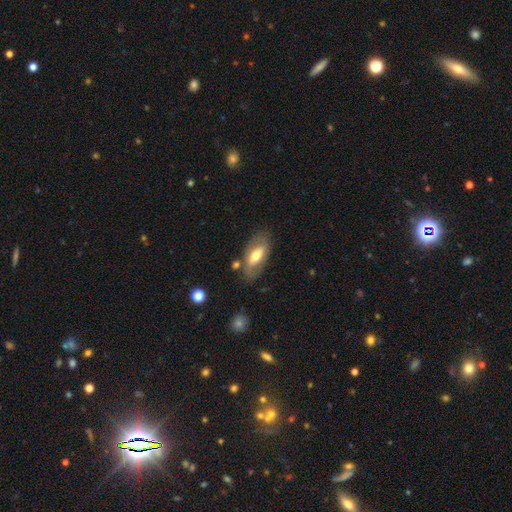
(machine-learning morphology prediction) The model was most divided on "smooth or featured": smooth: 52%, featured or disk: 41%, star or artifact: 6%. More confident: how rounded — in between (87%); merging — none (69%).